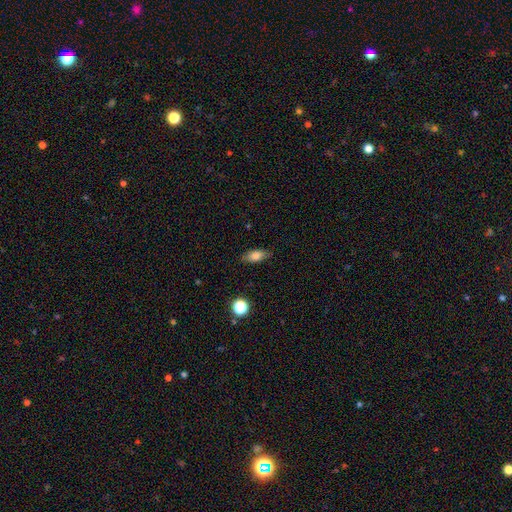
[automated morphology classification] type=smooth (79%); roundness=in between (80%); merging=none (83%).